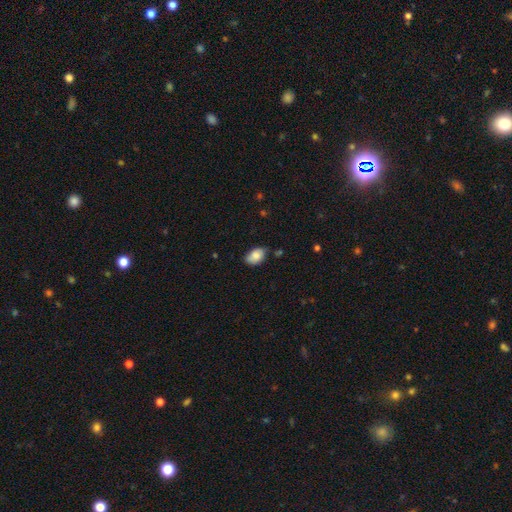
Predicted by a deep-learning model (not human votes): This is clearly a smooth galaxy (84%). How rounded: clearly in between (90%). Merging: likely none (72%).